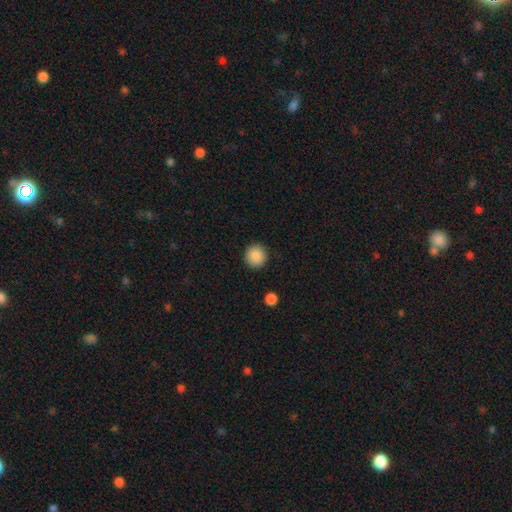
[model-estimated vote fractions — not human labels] This is clearly a smooth galaxy (89%). How rounded: clearly round (95%). Merging: clearly none (92%).